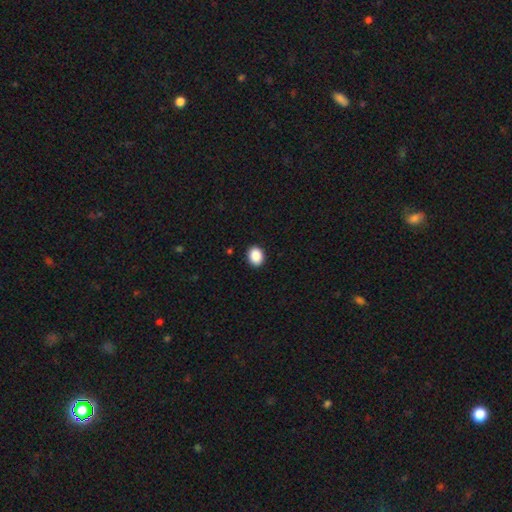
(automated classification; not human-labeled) Q: Smooth or featured?
A: smooth (89%); runner-up: star or artifact (8%)
Q: How rounded?
A: in between (56%); runner-up: round (43%)
Q: Merging?
A: none (91%); runner-up: minor disturbance (7%)